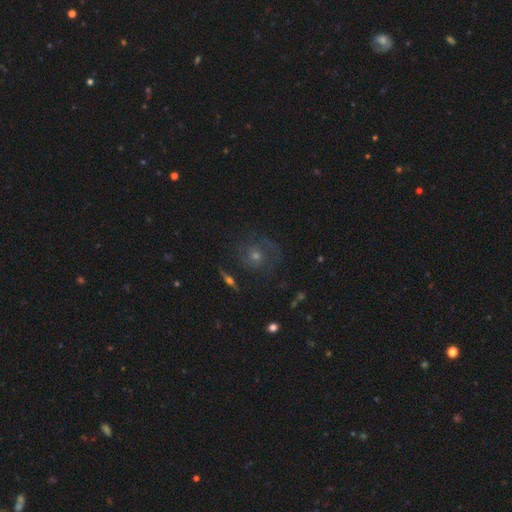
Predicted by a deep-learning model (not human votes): This is possibly a featured or disk galaxy (47%). Merging: likely none (73%).